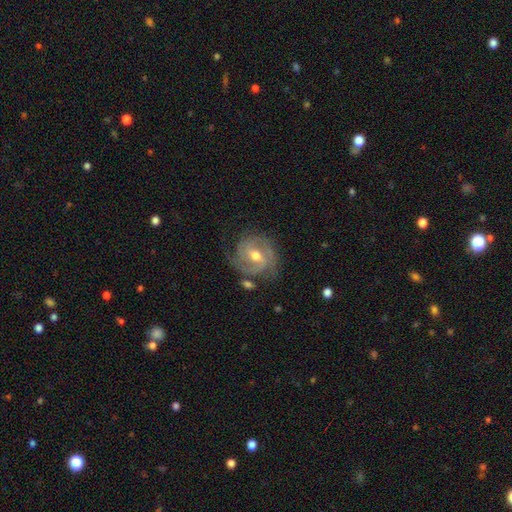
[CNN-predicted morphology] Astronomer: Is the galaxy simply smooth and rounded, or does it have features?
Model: featured or disk — 87%.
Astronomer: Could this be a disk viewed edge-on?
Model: no — 97%.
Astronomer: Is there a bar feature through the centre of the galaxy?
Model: weak — 50% (runner-up: no, 30%).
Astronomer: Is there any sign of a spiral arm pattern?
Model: yes — 96%.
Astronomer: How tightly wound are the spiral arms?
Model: tight — 58% (runner-up: medium, 35%).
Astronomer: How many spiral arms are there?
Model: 2 — 42% (runner-up: 3, 31%).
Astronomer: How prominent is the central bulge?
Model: moderate — 73%.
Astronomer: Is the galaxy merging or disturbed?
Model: none — 71%.